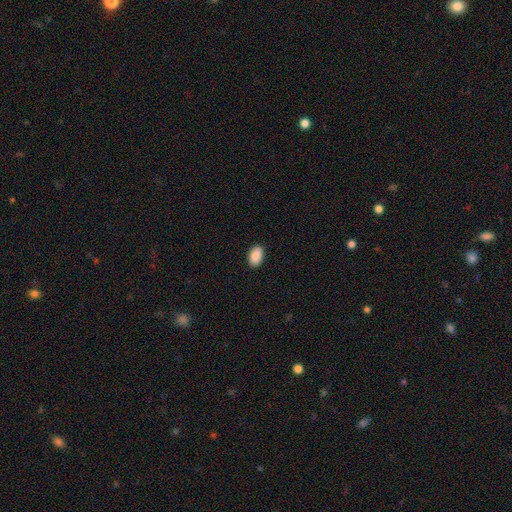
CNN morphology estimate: Smooth or featured? Predicted: smooth (p=0.90). How rounded? Predicted: in between (p=0.91). Merging? Predicted: none (p=0.89).